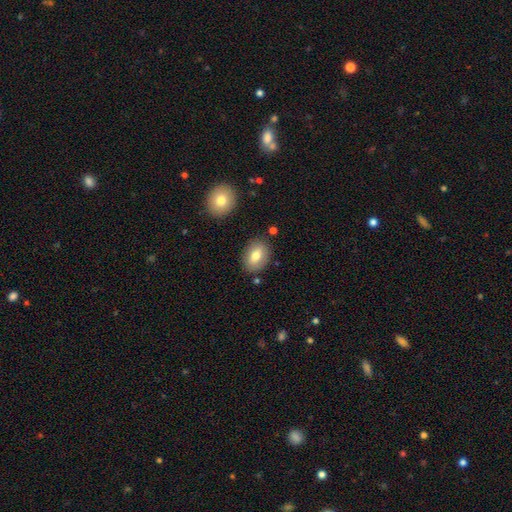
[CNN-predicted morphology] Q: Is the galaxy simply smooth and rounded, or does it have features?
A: smooth — 75%.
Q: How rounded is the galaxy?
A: in between — 78%.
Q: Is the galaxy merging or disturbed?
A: none — 82%.